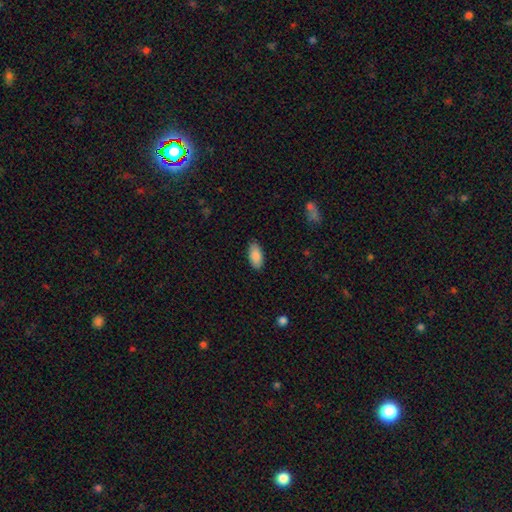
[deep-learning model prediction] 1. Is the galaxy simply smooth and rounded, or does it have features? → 88% smooth, 6% star or artifact, 5% featured or disk.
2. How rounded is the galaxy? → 92% in between, 6% cigar-shaped, 2% round.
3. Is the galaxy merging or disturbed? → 87% none, 10% minor disturbance, 2% major disturbance, 1% merger.